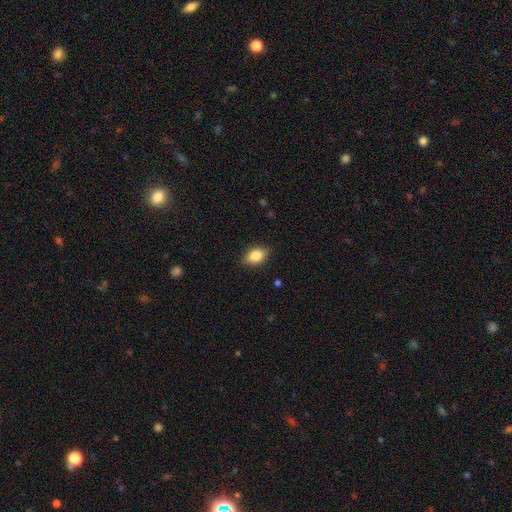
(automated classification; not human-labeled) smooth_or_featured: smooth (p=0.82) [alt: featured or disk p=0.10]
how_rounded: in between (p=0.81) [alt: round p=0.16]
merging: none (p=0.82) [alt: minor disturbance p=0.15]